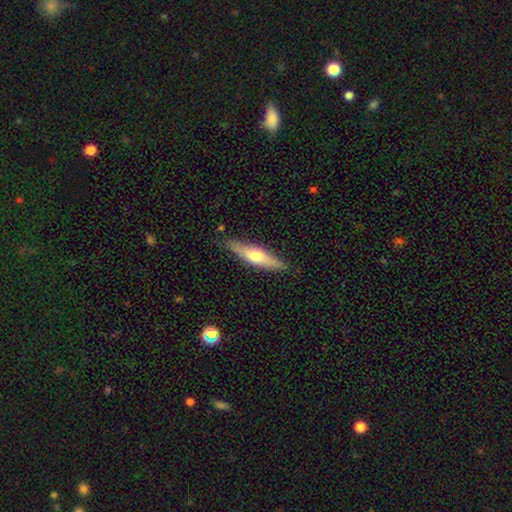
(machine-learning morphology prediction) Overall: featured or disk (48%; smooth 47%). Merging: none (85%).